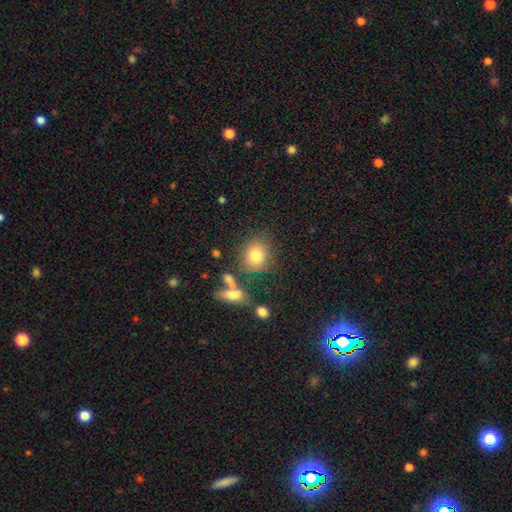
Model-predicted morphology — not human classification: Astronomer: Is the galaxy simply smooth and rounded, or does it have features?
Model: smooth — 80%.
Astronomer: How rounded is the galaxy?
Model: round — 74%.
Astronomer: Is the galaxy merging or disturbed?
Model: none — 71%.